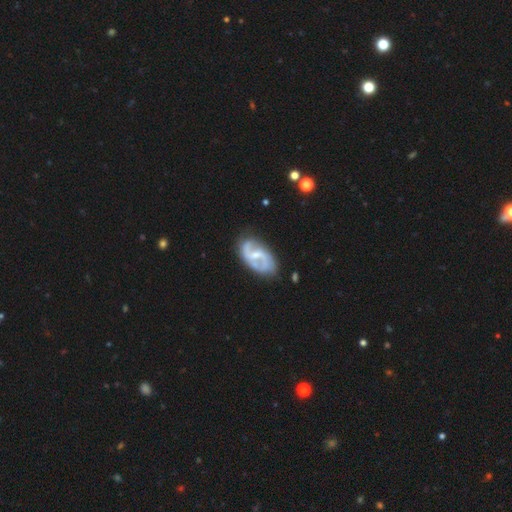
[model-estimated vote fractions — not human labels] smooth_or_featured: featured or disk (p=0.84) [alt: smooth p=0.11]
disk_edge_on: no (p=0.97) [alt: yes p=0.03]
bar: weak (p=0.53) [alt: no p=0.28]
has_spiral_arms: yes (p=0.93) [alt: no p=0.07]
spiral_winding: medium (p=0.44) [alt: loose p=0.40]
spiral_arm_count: 2 (p=0.86) [alt: can't tell p=0.06]
bulge_size: small (p=0.55) [alt: moderate p=0.36]
merging: none (p=0.71) [alt: minor disturbance p=0.20]